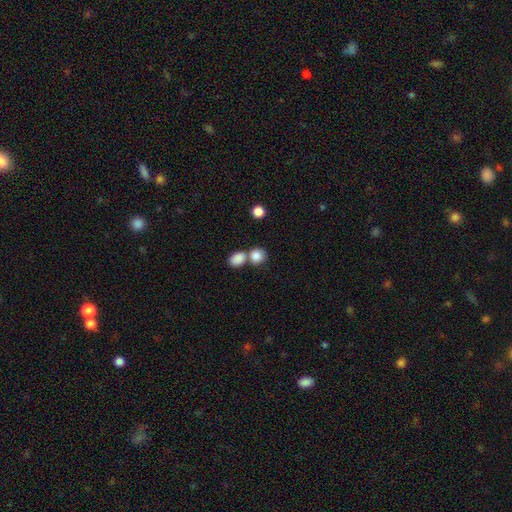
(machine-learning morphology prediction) smooth 84%, star or artifact 9%, featured or disk 7%. Down the decision tree: how rounded — round (65%); merging — merger (45%).